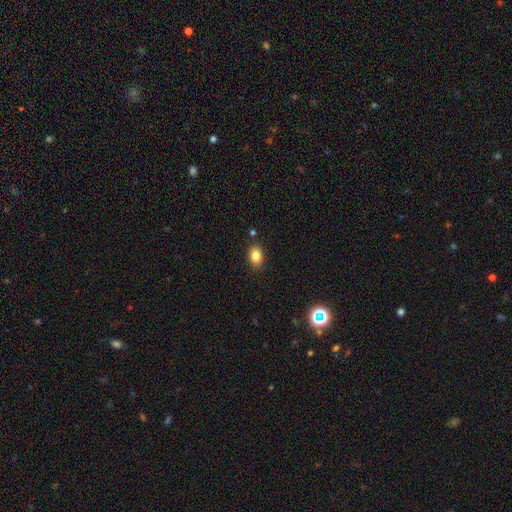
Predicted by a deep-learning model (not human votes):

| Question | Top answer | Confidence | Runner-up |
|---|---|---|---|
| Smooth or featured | smooth | 84% | star or artifact (10%) |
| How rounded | in between | 77% | round (22%) |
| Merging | none | 85% | minor disturbance (10%) |